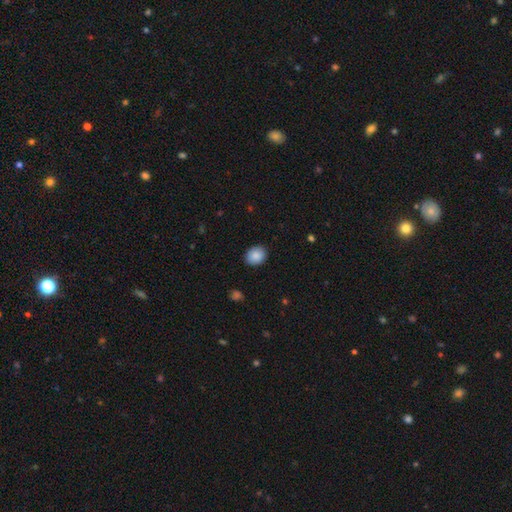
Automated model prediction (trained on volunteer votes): A smooth galaxy with no disk features (88%) that is round (56%).

Vote fractions:
- Smooth or featured? smooth: 88% / star or artifact: 8% / featured or disk: 4%
- How rounded? round: 56% / in between: 43% / cigar-shaped: 1%
- Merging? none: 89% / minor disturbance: 8% / major disturbance: 2% / merger: 1%